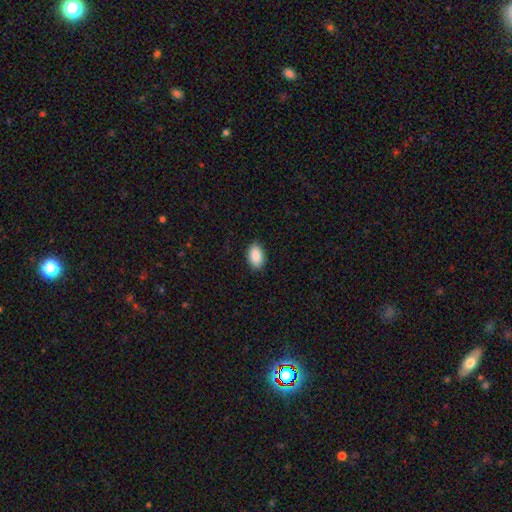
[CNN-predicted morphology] Smooth or featured? smooth (90%)
How rounded? in between (92%)
Merging? none (88%)